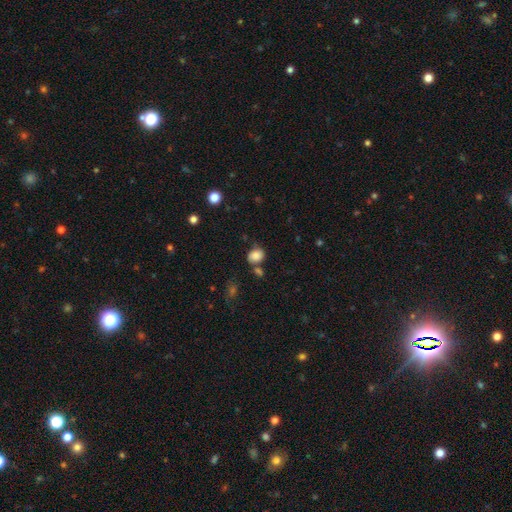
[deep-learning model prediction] Smooth or featured? Predicted: smooth (p=0.83). How rounded? Predicted: round (p=0.56). Merging? Predicted: none (p=0.63).